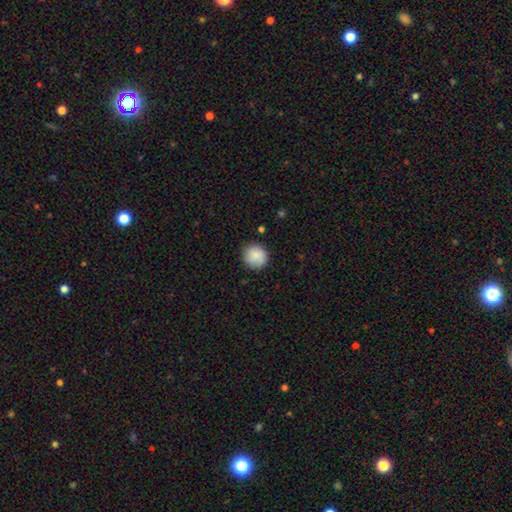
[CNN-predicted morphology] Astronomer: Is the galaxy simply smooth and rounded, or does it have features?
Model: smooth — 86%.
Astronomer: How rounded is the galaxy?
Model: round — 93%.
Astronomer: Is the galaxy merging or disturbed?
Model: none — 86%.